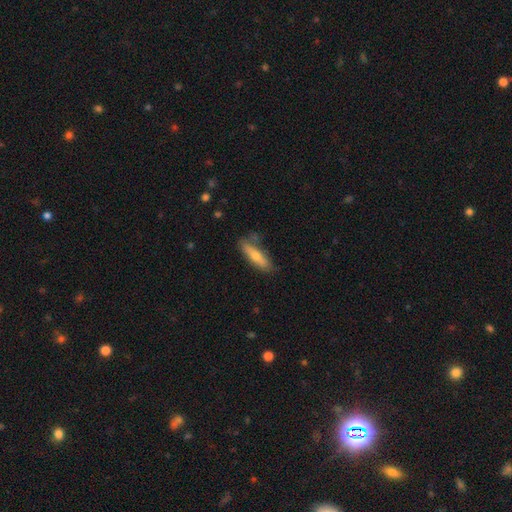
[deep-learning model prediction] Morphology: type=smooth (58%); roundness=cigar-shaped (70%); merging=none (71%).